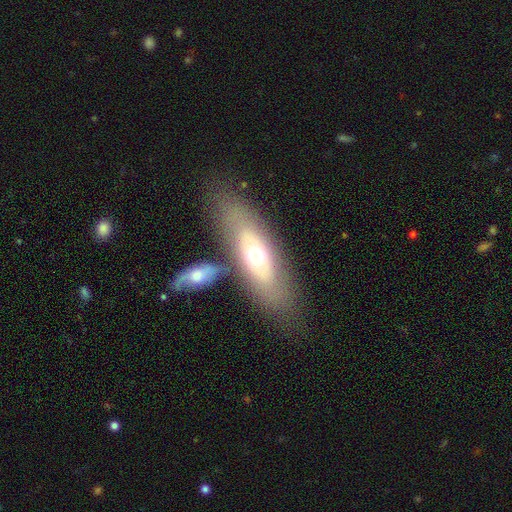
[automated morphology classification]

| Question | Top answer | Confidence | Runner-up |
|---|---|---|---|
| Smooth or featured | smooth | 52% | featured or disk (41%) |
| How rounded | in between | 70% | cigar-shaped (27%) |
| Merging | none | 59% | merger (23%) |